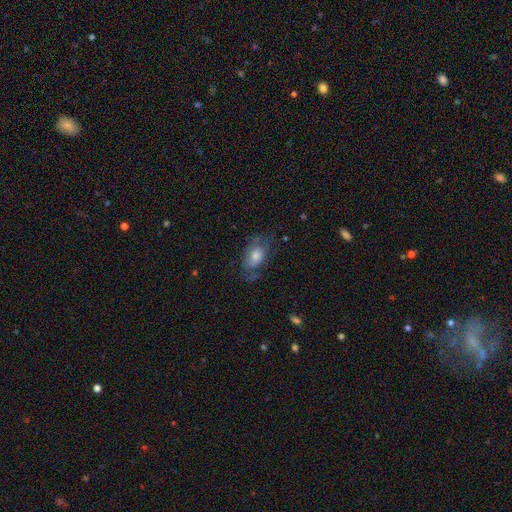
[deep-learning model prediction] This appears to be a smooth galaxy with no disk features (54%) that is in between round and cigar-shaped (87%). Merging: none (60%).